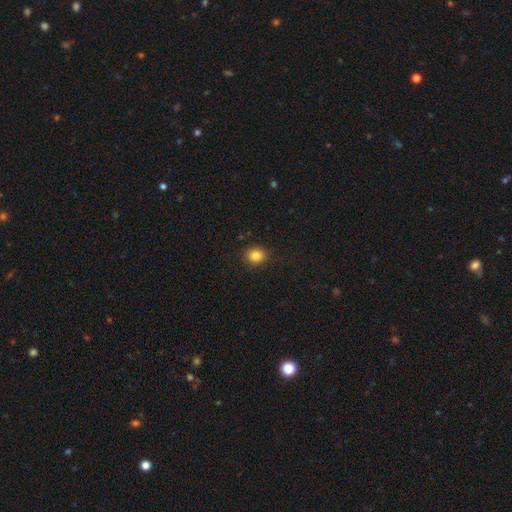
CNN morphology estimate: Overall: smooth (84%). How rounded: round (73%). Merging: none (90%).